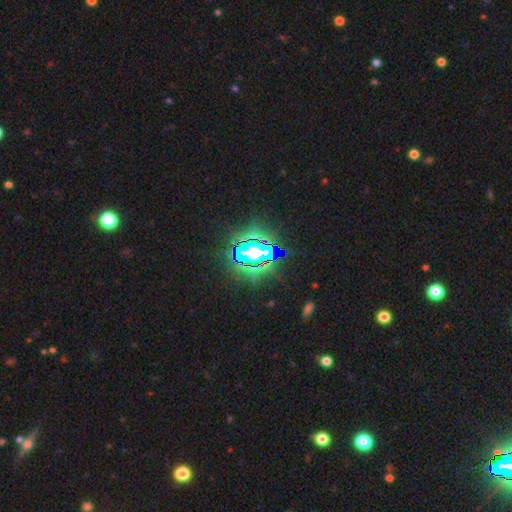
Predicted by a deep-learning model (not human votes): Q: Smooth or featured?
A: star or artifact (82%); runner-up: smooth (10%)